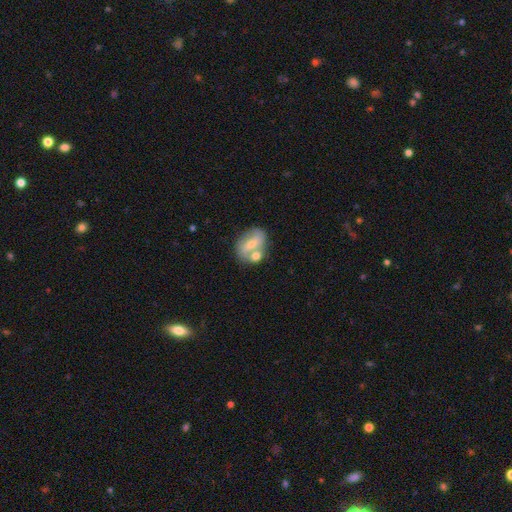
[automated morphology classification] Q: Smooth or featured?
A: featured or disk (48%); runner-up: smooth (44%)
Q: Merging?
A: none (46%); runner-up: merger (35%)